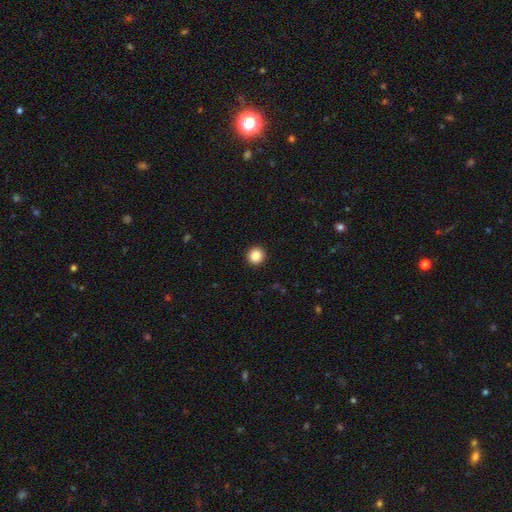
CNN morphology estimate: Smooth or featured: smooth — 87% (star or artifact — 10%)
How rounded: round — 93% (in between — 6%)
Merging: none — 93% (minor disturbance — 4%)